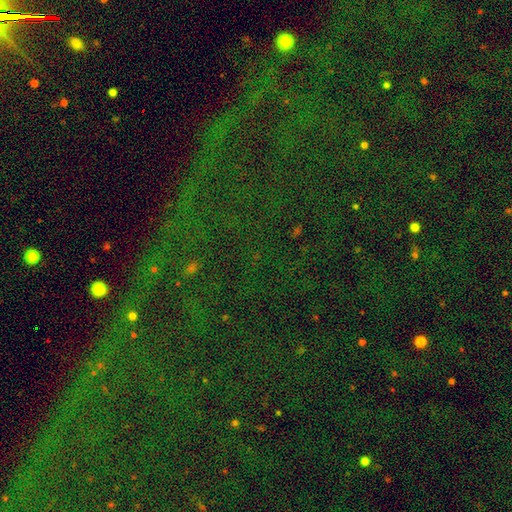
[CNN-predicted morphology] Smooth or featured? star or artifact (84%)